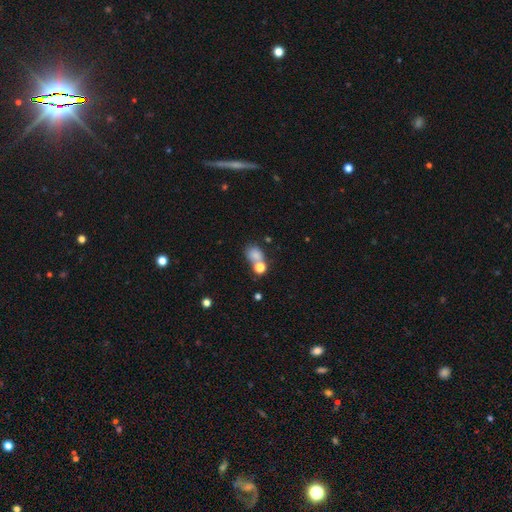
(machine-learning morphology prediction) smooth-or-featured: smooth: 76% | star or artifact: 14% | featured or disk: 10%
  how-rounded: in between: 52% | round: 47% | cigar-shaped: 2%
  merging: none: 42% | merger: 34% | minor disturbance: 15% | major disturbance: 9%